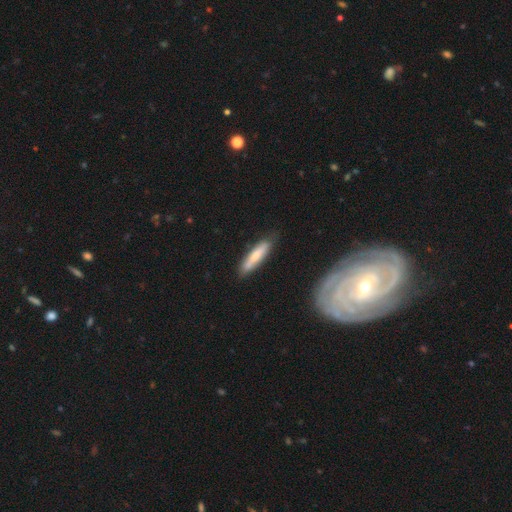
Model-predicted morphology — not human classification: A smooth galaxy with no disk features (69%) that is cigar-shaped (79%).

Vote fractions:
- Smooth or featured? smooth: 69% / featured or disk: 25% / star or artifact: 6%
- How rounded? cigar-shaped: 79% / in between: 20% / round: 1%
- Merging? none: 78% / minor disturbance: 16% / major disturbance: 3% / merger: 3%